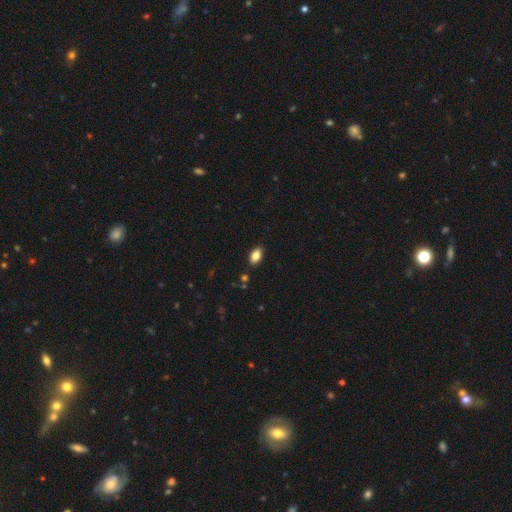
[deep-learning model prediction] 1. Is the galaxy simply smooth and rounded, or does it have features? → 84% smooth, 9% star or artifact, 7% featured or disk.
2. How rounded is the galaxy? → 90% in between, 7% round, 3% cigar-shaped.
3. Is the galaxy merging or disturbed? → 86% none, 10% minor disturbance, 2% major disturbance, 2% merger.